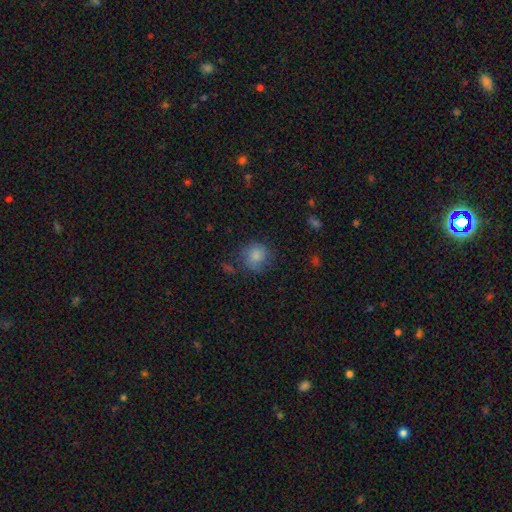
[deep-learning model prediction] The model was most divided on "merging": none: 69%, minor disturbance: 20%, major disturbance: 8%, merger: 3%. More confident: how rounded — round (86%); smooth or featured — smooth (82%).